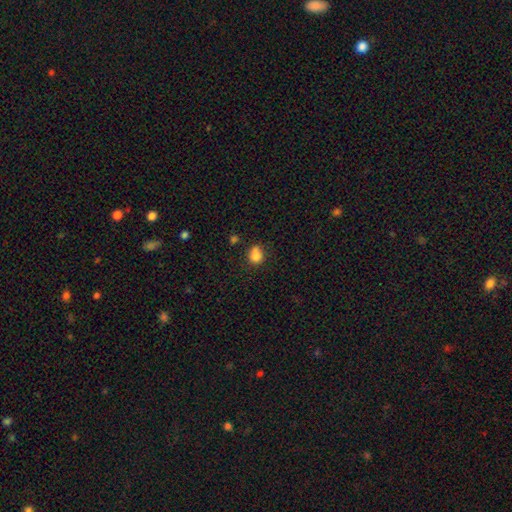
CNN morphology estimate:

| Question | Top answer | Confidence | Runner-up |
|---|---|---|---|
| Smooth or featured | smooth | 82% | star or artifact (11%) |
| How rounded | round | 62% | in between (37%) |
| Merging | none | 53% | minor disturbance (30%) |